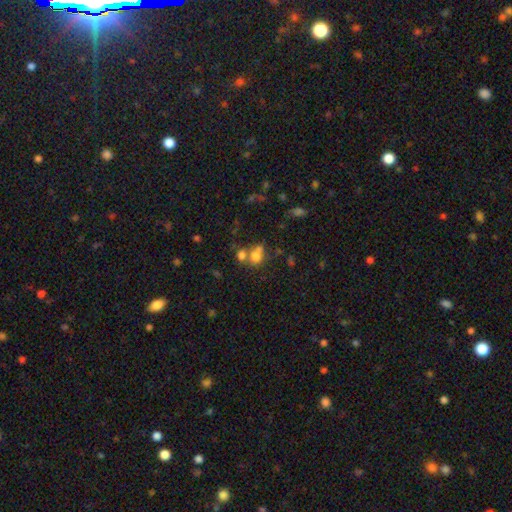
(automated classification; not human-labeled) This is likely a smooth galaxy (71%). How rounded: likely round (63%). Merging: possibly merger (48%).